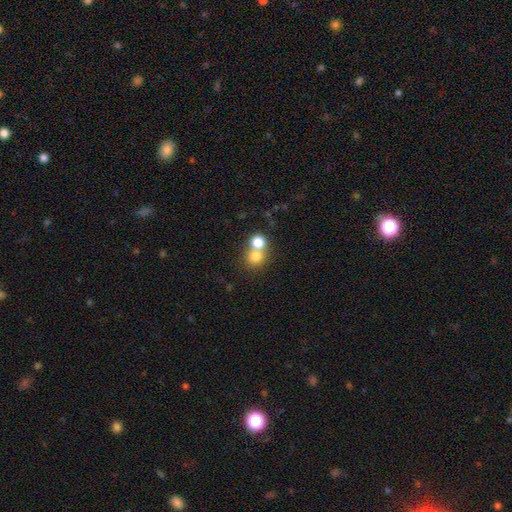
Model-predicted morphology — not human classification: A smooth galaxy with no disk features (75%) that is round (85%).

Vote fractions:
- Smooth or featured? smooth: 75% / star or artifact: 14% / featured or disk: 11%
- How rounded? round: 85% / in between: 14% / cigar-shaped: 1%
- Merging? merger: 48% / none: 44% / minor disturbance: 5% / major disturbance: 3%